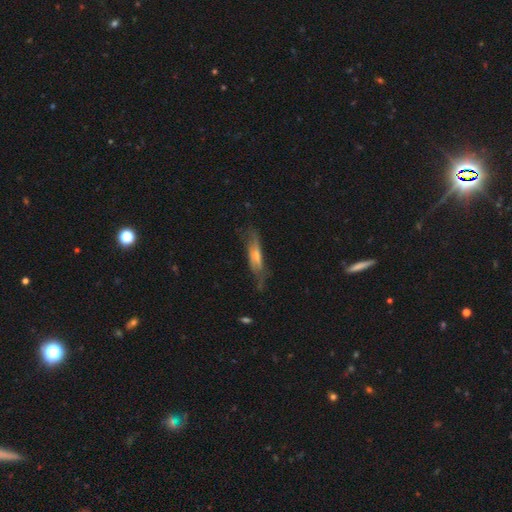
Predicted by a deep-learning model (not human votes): featured or disk 51%, smooth 41%, star or artifact 9%. Down the decision tree: edge-on disk — yes (56%); merging — none (61%).